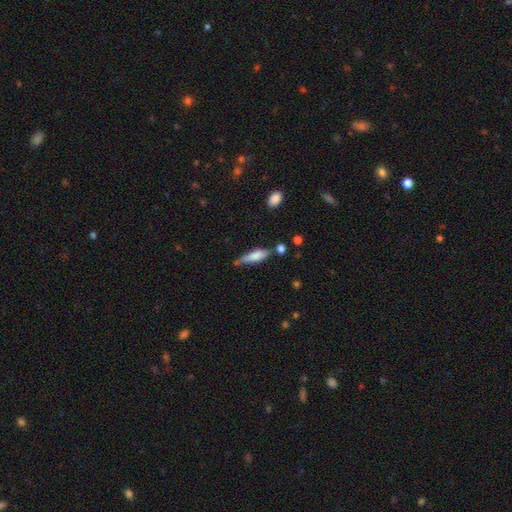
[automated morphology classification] Smooth or featured? Predicted: smooth (p=0.77). How rounded? Predicted: cigar-shaped (p=0.53). Merging? Predicted: none (p=0.47).